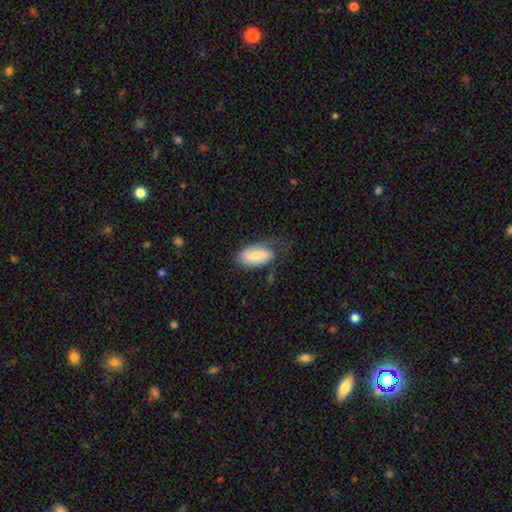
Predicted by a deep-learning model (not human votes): A smooth galaxy with no disk features (62%) that is in between round and cigar-shaped (93%).

Vote fractions:
- Smooth or featured? smooth: 62% / featured or disk: 31% / star or artifact: 6%
- How rounded? in between: 93% / cigar-shaped: 4% / round: 3%
- Merging? none: 52% / minor disturbance: 30% / major disturbance: 15% / merger: 2%